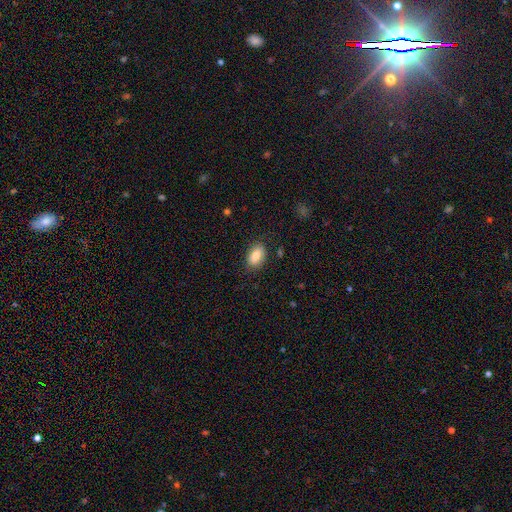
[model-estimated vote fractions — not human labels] Smooth or featured: smooth — 85% (featured or disk — 8%)
How rounded: in between — 91% (round — 7%)
Merging: none — 82% (minor disturbance — 14%)